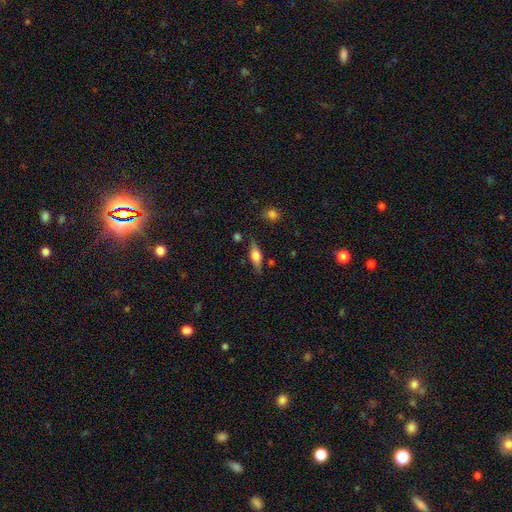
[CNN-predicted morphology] Smooth or featured: smooth — 49% (featured or disk — 43%)
Merging: none — 77% (minor disturbance — 16%)